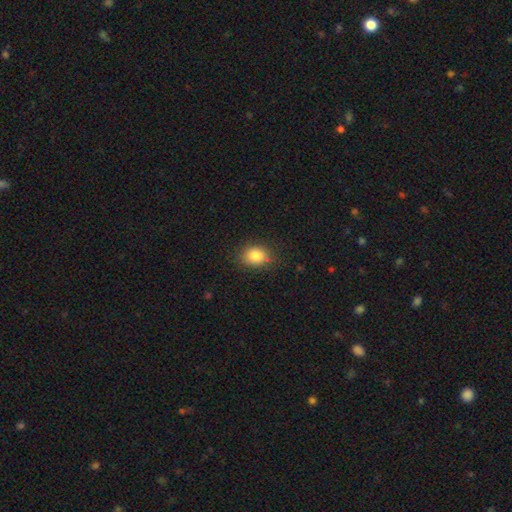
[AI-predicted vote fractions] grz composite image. It shows a smooth galaxy with no disk features (84%) that is in between round and cigar-shaped (54%). Merging: none (79%).